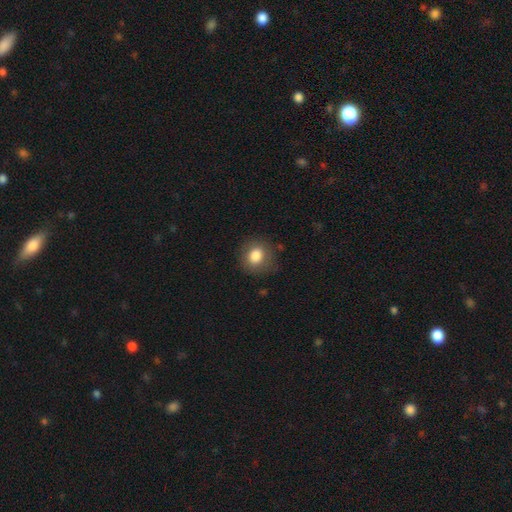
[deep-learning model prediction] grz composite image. It shows a smooth galaxy with no disk features (83%) that is round (74%). Merging: none (80%).